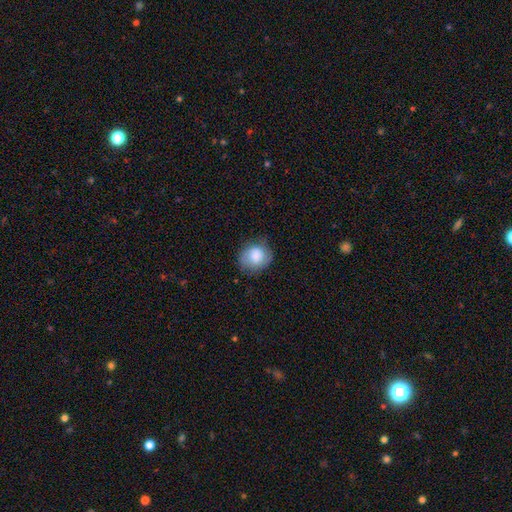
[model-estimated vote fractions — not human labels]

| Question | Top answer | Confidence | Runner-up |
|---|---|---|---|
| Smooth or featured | smooth | 79% | featured or disk (14%) |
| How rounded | round | 66% | in between (33%) |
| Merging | none | 69% | minor disturbance (23%) |